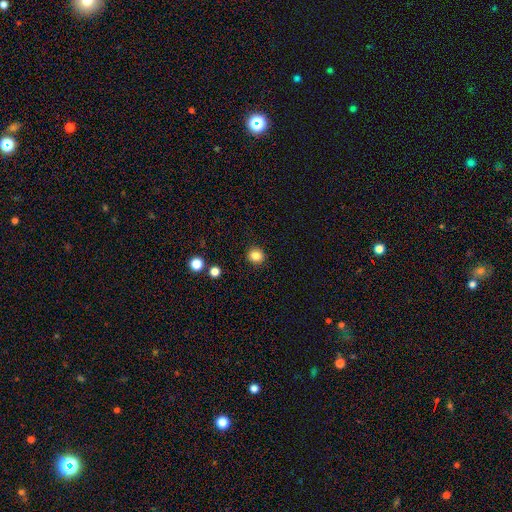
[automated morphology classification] smooth-or-featured: smooth: 85% | star or artifact: 11% | featured or disk: 4%
  how-rounded: round: 90% | in between: 9% | cigar-shaped: 1%
  merging: none: 92% | minor disturbance: 5% | major disturbance: 2% | merger: 1%